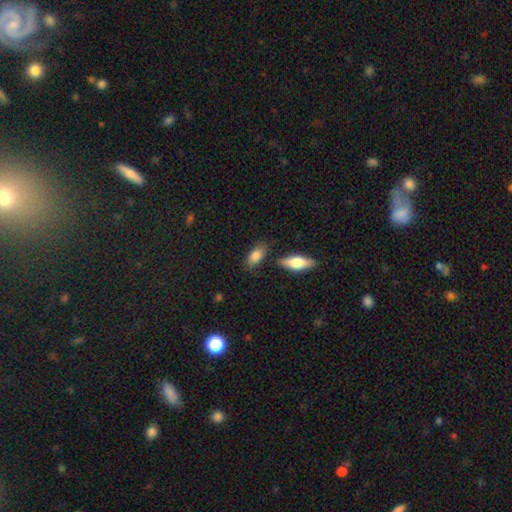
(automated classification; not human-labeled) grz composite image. It shows a smooth galaxy with no disk features (83%) that is in between round and cigar-shaped (86%). Merging: none (75%).